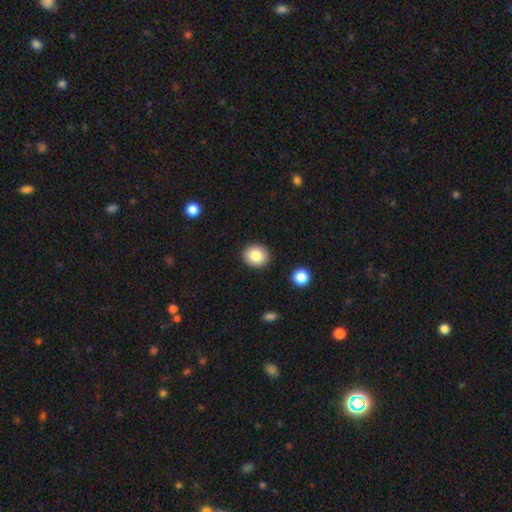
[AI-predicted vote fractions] Q: Smooth or featured?
A: smooth (84%); runner-up: star or artifact (9%)
Q: How rounded?
A: round (76%); runner-up: in between (23%)
Q: Merging?
A: none (90%); runner-up: minor disturbance (7%)